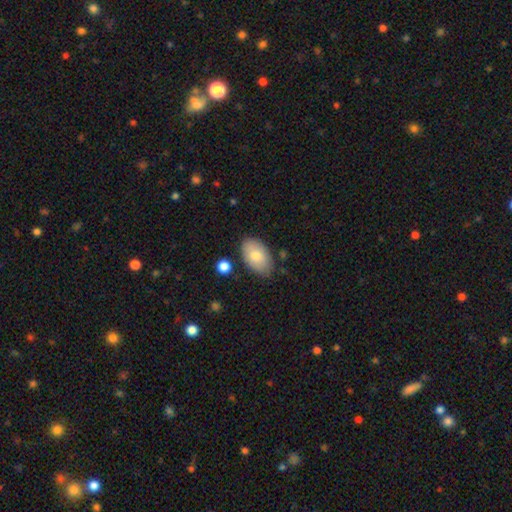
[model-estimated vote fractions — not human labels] Morphology: type=smooth (76%); roundness=in between (93%); merging=none (80%).